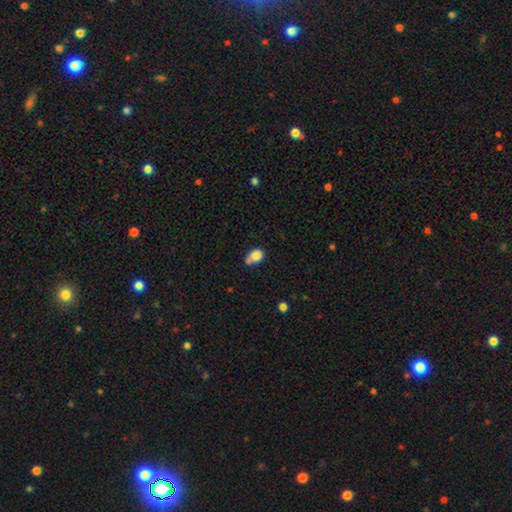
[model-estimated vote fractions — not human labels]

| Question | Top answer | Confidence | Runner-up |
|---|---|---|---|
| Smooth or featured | smooth | 83% | star or artifact (9%) |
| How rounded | in between | 53% | round (46%) |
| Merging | none | 43% | merger (29%) |